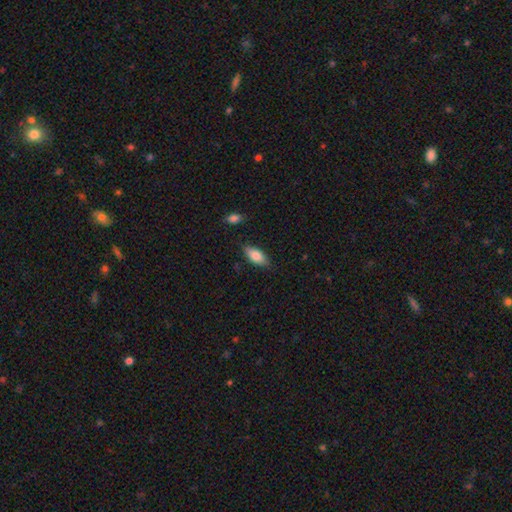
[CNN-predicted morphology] Smooth or featured: smooth — 80% (featured or disk — 13%)
How rounded: in between — 82% (cigar-shaped — 15%)
Merging: none — 81% (minor disturbance — 15%)